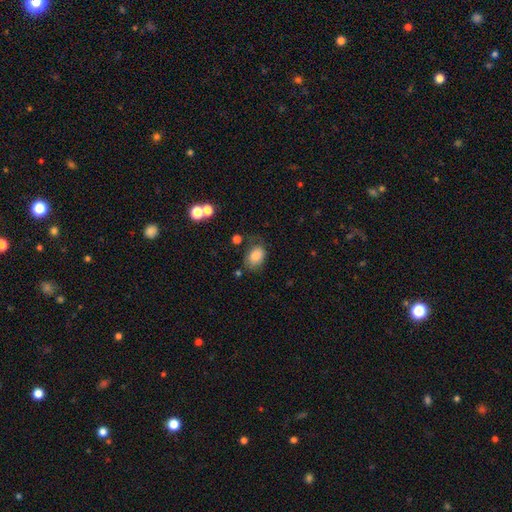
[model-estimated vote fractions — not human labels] This is likely a smooth galaxy (80%). How rounded: likely in between (78%). Merging: possibly none (56%).